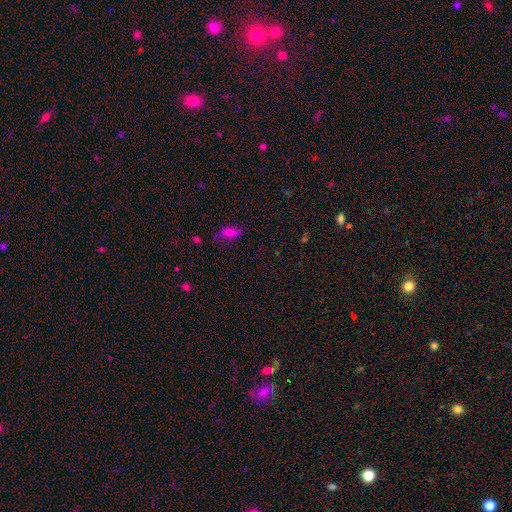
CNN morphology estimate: A smooth galaxy with no disk features (52%) that is in between round and cigar-shaped (65%).

Vote fractions:
- Smooth or featured? smooth: 52% / star or artifact: 36% / featured or disk: 11%
- How rounded? in between: 65% / round: 22% / cigar-shaped: 13%
- Merging? none: 69% / minor disturbance: 17% / major disturbance: 8% / merger: 5%